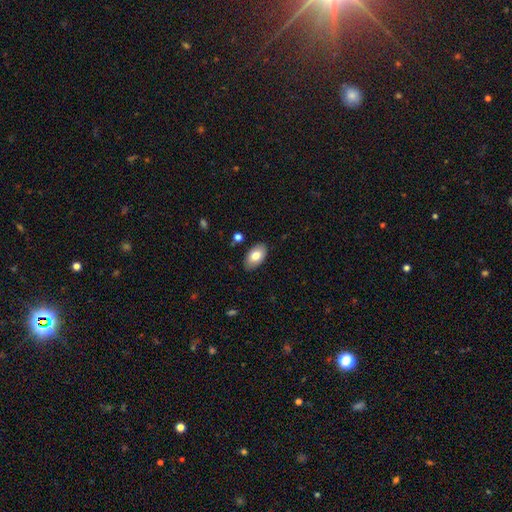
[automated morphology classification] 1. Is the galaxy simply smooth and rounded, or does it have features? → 77% smooth, 17% featured or disk, 7% star or artifact.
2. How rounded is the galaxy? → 94% in between, 4% round, 1% cigar-shaped.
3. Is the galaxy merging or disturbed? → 86% none, 10% minor disturbance, 2% major disturbance, 1% merger.